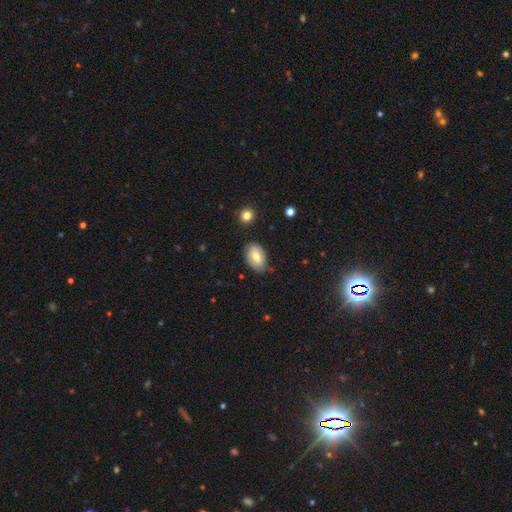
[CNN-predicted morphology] This is likely a smooth galaxy (70%). How rounded: clearly in between (90%). Merging: likely none (75%).